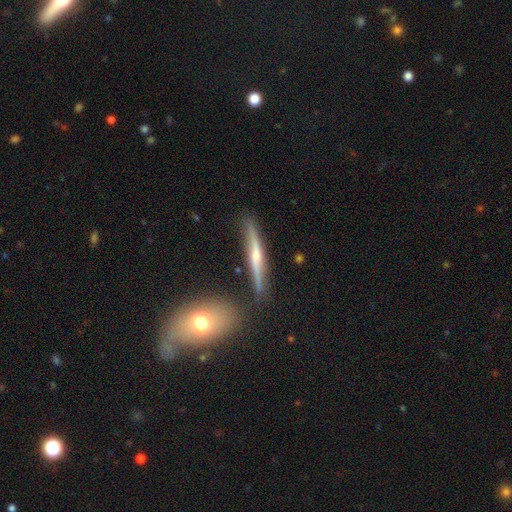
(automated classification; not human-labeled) A featured or disk galaxy (65%) viewed edge-on (93%) with a rounded central bulge (74%).

Vote fractions:
- Smooth or featured? featured or disk: 65% / smooth: 29% / star or artifact: 6%
- Edge-on disk? yes: 93% / no: 7%
- Edge-on bulge? rounded: 74% / none: 18% / boxy: 8%
- Merging? none: 79% / minor disturbance: 13% / merger: 5% / major disturbance: 3%